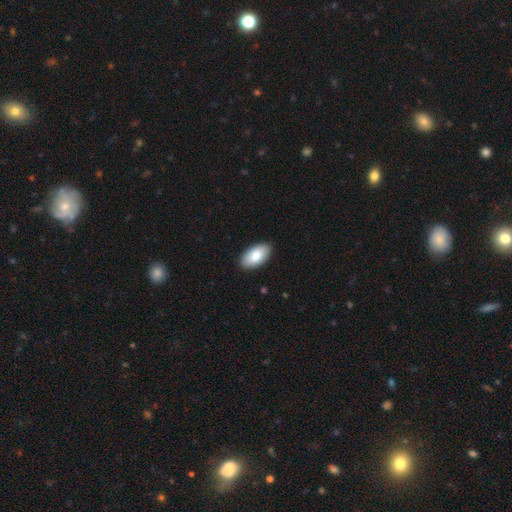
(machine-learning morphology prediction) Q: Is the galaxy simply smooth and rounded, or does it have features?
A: smooth — 85%.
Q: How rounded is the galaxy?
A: in between — 96%.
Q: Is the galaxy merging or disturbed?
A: none — 90%.